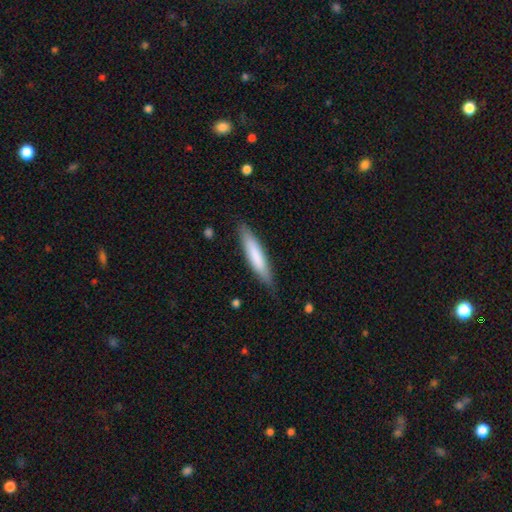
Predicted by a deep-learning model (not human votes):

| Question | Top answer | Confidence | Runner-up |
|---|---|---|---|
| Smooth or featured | smooth | 75% | featured or disk (20%) |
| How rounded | cigar-shaped | 85% | in between (14%) |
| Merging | none | 84% | minor disturbance (13%) |